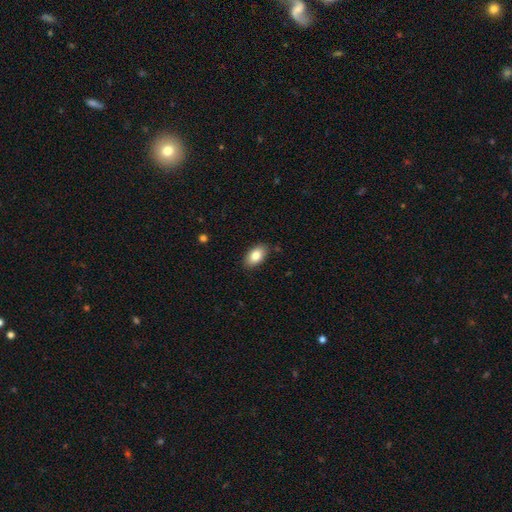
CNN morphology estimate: This appears to be a smooth galaxy with no disk features (83%) that is in between round and cigar-shaped (93%). Merging: none (86%).